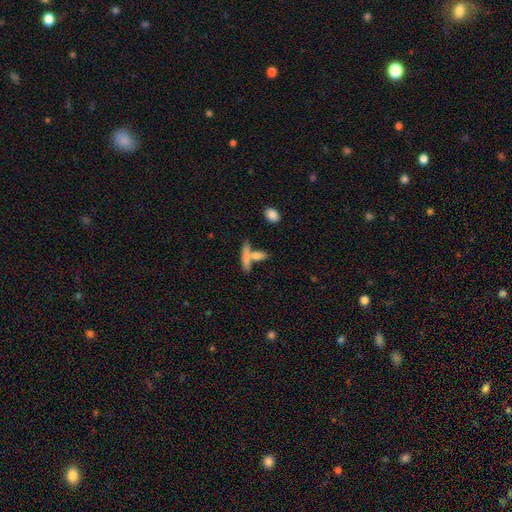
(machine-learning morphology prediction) Smooth or featured? Predicted: smooth (p=0.68). How rounded? Predicted: cigar-shaped (p=0.64). Merging? Predicted: none (p=0.45).